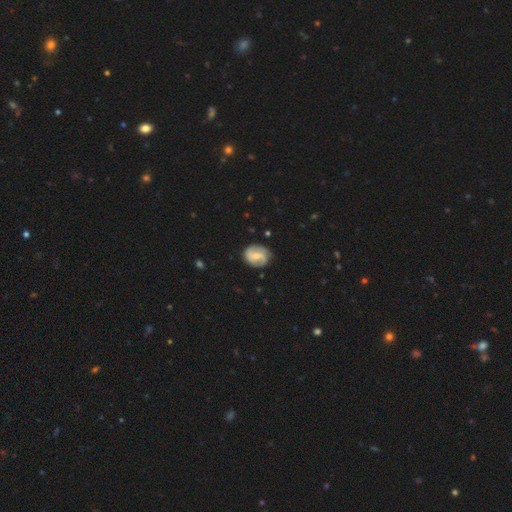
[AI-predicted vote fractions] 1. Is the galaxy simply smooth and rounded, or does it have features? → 73% featured or disk, 21% smooth, 6% star or artifact.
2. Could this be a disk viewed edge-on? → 98% no, 2% yes.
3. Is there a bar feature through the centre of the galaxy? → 51% weak, 29% no, 20% strong.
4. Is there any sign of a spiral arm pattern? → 93% yes, 7% no.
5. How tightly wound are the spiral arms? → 43% medium, 31% loose, 26% tight.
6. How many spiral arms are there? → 84% 2, 7% can't tell, 3% 1, 3% 3, 1% 4, 1% more than 4.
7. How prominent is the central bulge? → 51% small, 34% moderate, 11% none, 2% large, 1% dominant.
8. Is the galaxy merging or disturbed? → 78% none, 15% minor disturbance, 4% major disturbance, 2% merger.